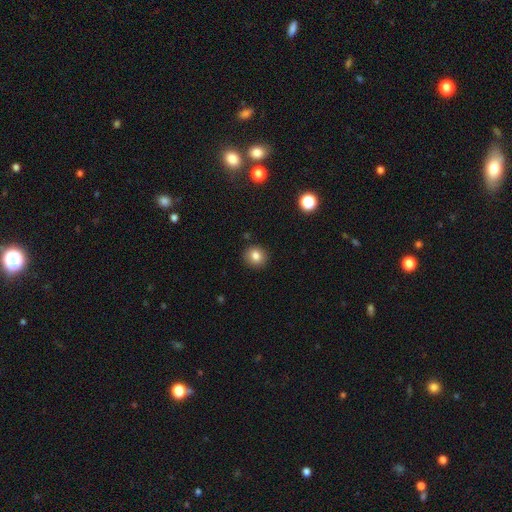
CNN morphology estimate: type=smooth (82%); roundness=round (86%); merging=none (90%).